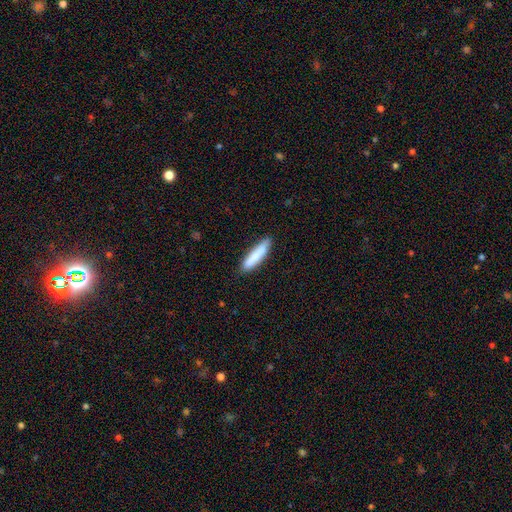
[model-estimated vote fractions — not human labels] Smooth or featured?
  - smooth: 84% *
  - featured or disk: 11%
  - star or artifact: 6%
How rounded?
  - cigar-shaped: 81% *
  - in between: 18%
  - round: 1%
Merging?
  - none: 86% *
  - minor disturbance: 11%
  - major disturbance: 2%
  - merger: 1%